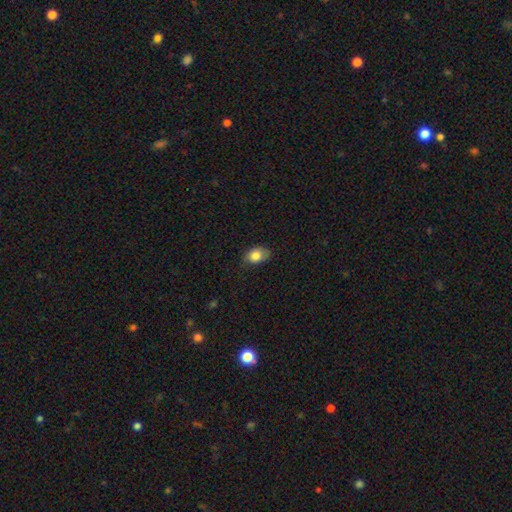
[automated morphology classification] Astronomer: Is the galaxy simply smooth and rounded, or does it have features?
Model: smooth — 82%.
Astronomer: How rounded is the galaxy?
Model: in between — 76%.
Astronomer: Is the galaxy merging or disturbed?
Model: none — 67%.